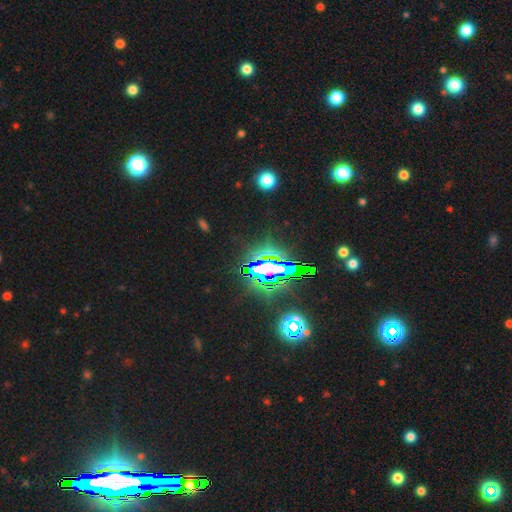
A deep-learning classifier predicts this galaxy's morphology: Overall: star or artifact (80%).